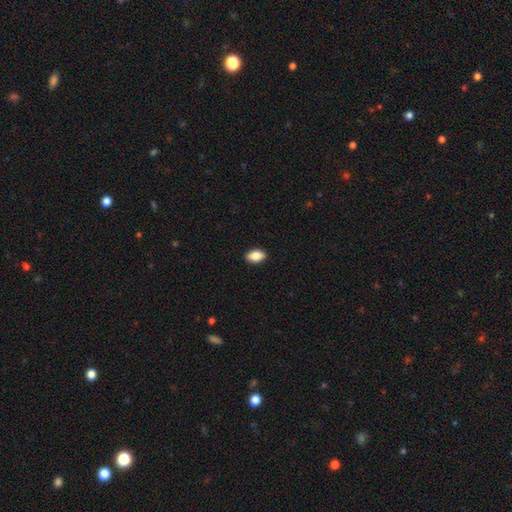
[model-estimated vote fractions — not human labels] Smooth or featured? Predicted: smooth (p=0.84). How rounded? Predicted: in between (p=0.90). Merging? Predicted: none (p=0.89).